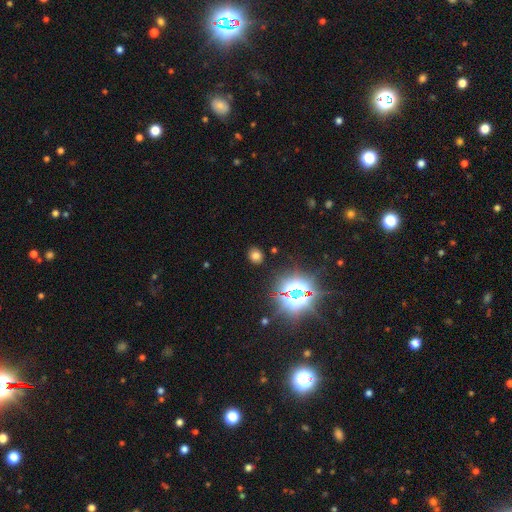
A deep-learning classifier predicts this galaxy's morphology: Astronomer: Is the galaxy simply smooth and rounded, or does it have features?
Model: smooth — 65%.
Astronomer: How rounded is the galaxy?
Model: round — 74%.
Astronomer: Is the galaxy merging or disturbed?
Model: none — 87%.